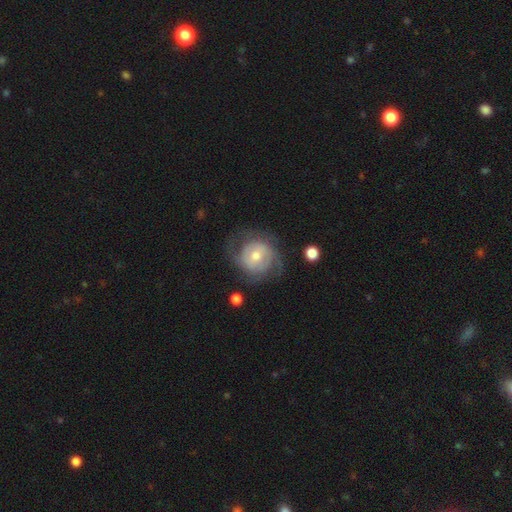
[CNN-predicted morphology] Smooth or featured: featured or disk — 67% (smooth — 27%)
Edge-on disk: no — 97% (yes — 3%)
Bar: no — 62% (weak — 32%)
Spiral arms: yes — 80% (no — 20%)
Spiral winding: tight — 49% (medium — 36%)
Spiral arm count: 2 — 43% (can't tell — 34%)
Bulge size: moderate — 63% (small — 28%)
Merging: none — 60% (minor disturbance — 21%)